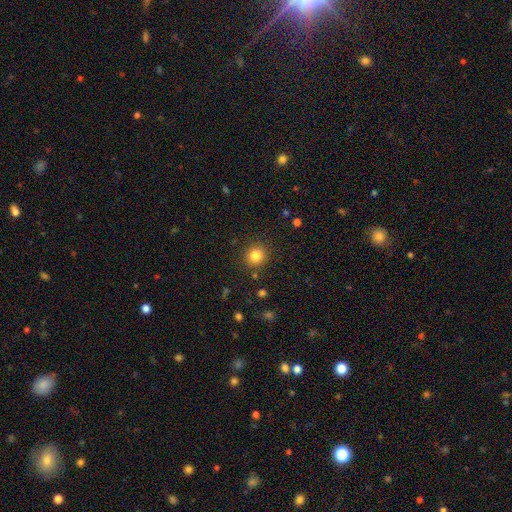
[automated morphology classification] This is clearly a smooth galaxy (83%). How rounded: clearly round (87%). Merging: clearly none (88%).